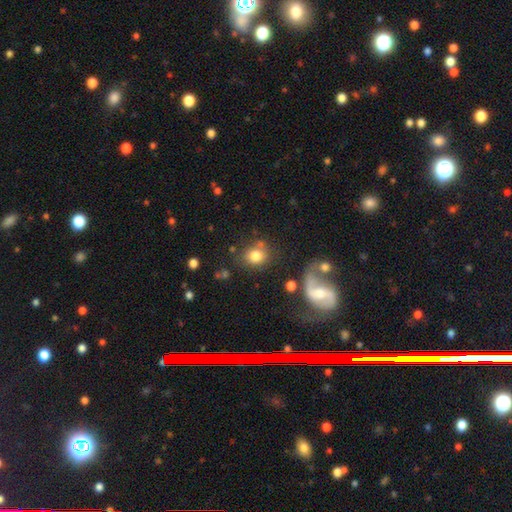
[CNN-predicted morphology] A smooth galaxy with no disk features (77%) that is round (64%). Merging: none (62%).